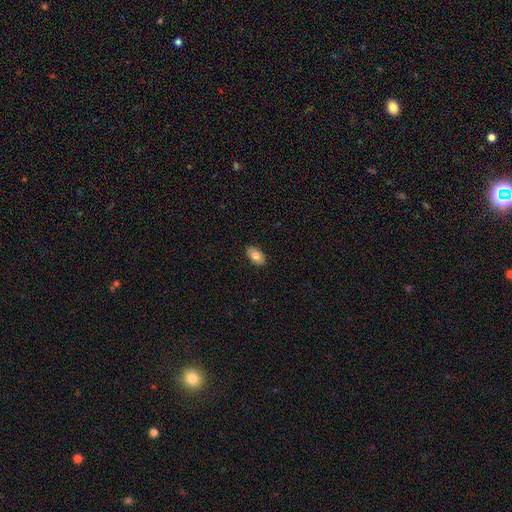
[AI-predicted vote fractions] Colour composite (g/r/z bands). It shows a smooth galaxy with no disk features (81%) that is in between round and cigar-shaped (93%). Merging: none (88%).